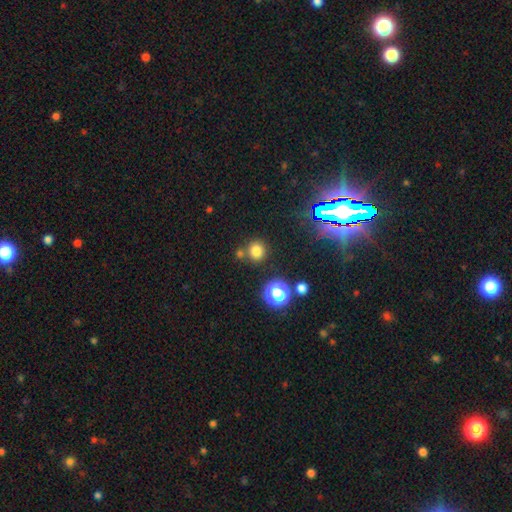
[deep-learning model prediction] Smooth or featured? Predicted: star or artifact (p=0.47).